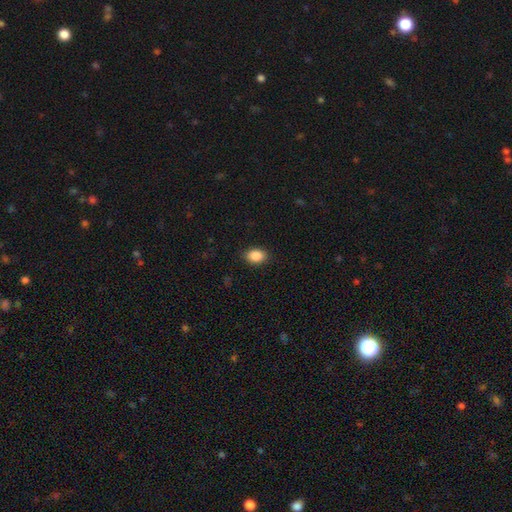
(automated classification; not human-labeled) Smooth or featured: smooth — 89% (star or artifact — 8%)
How rounded: in between — 76% (round — 23%)
Merging: none — 87% (minor disturbance — 9%)